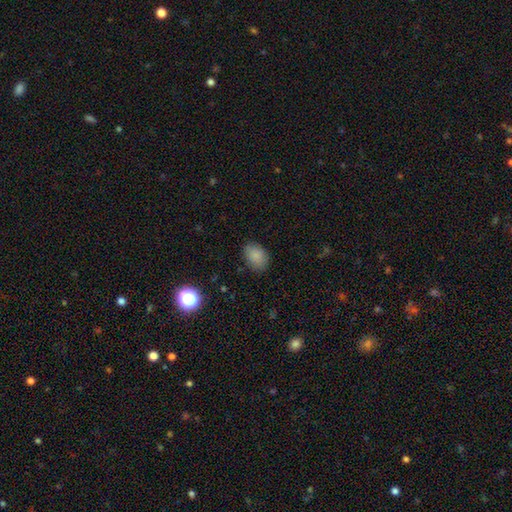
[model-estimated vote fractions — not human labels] Smooth or featured: smooth — 85% (star or artifact — 9%)
How rounded: in between — 75% (round — 24%)
Merging: none — 80% (minor disturbance — 15%)